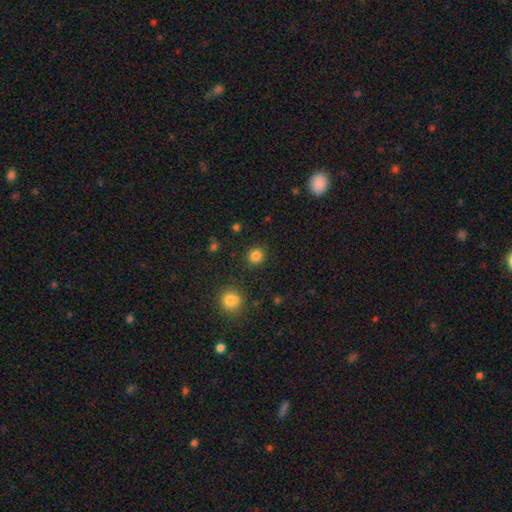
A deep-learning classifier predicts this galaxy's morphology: Overall: smooth (84%). How rounded: round (90%). Merging: none (89%).